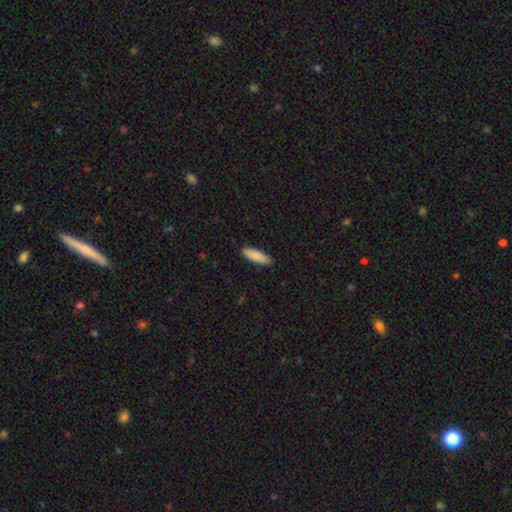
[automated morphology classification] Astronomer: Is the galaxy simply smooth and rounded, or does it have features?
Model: smooth — 89%.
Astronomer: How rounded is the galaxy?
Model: cigar-shaped — 57% (runner-up: in between, 42%).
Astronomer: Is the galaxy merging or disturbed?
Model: none — 87%.